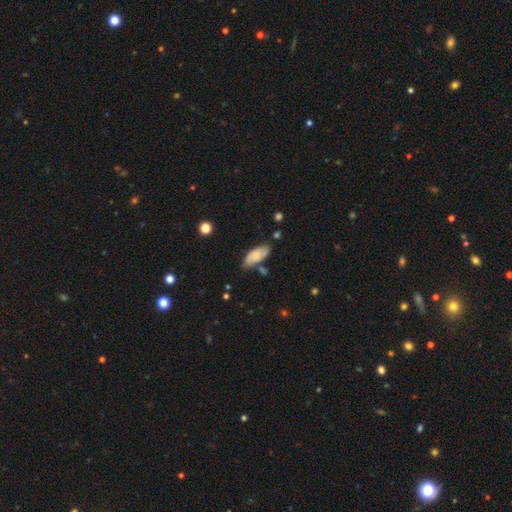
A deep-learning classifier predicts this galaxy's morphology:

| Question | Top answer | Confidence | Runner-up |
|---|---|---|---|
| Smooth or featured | smooth | 68% | featured or disk (24%) |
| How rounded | in between | 85% | cigar-shaped (13%) |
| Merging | none | 66% | minor disturbance (22%) |